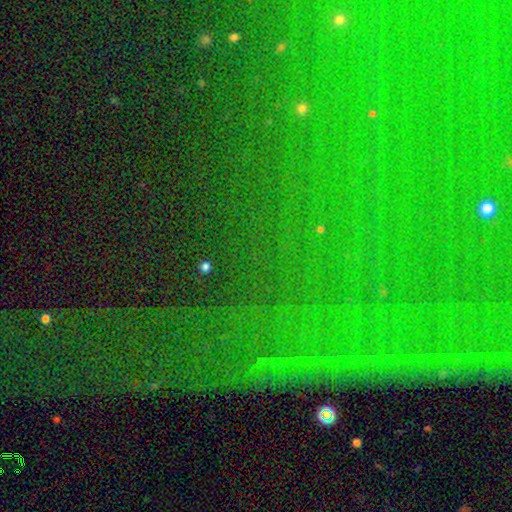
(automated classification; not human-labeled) smooth-or-featured: star or artifact: 84% | smooth: 8% | featured or disk: 8%